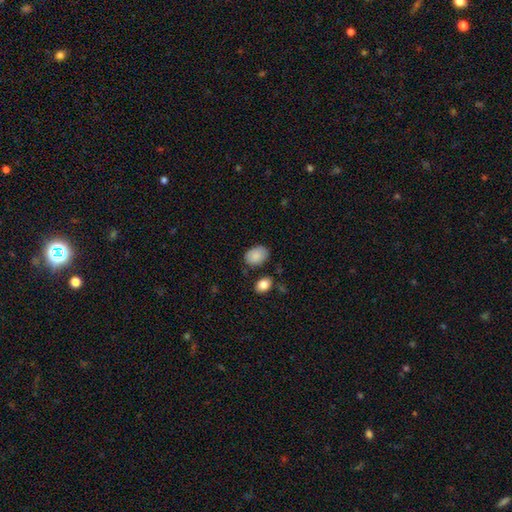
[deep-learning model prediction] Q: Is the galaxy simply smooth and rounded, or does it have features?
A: smooth — 88%.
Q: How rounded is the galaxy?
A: in between — 81%.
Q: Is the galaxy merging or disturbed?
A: none — 76%.